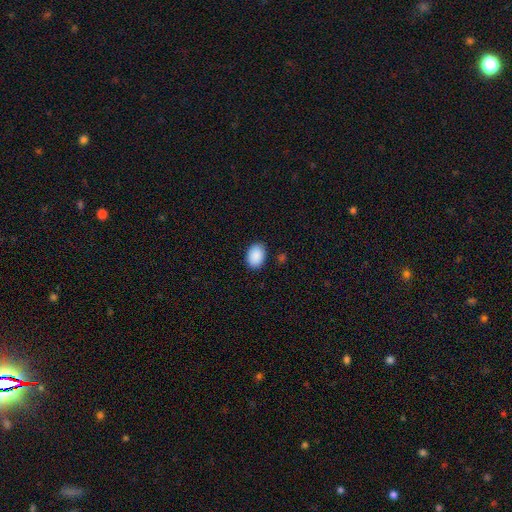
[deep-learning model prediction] This appears to be a smooth galaxy with no disk features (91%) that is in between round and cigar-shaped (80%). Merging: none (86%).